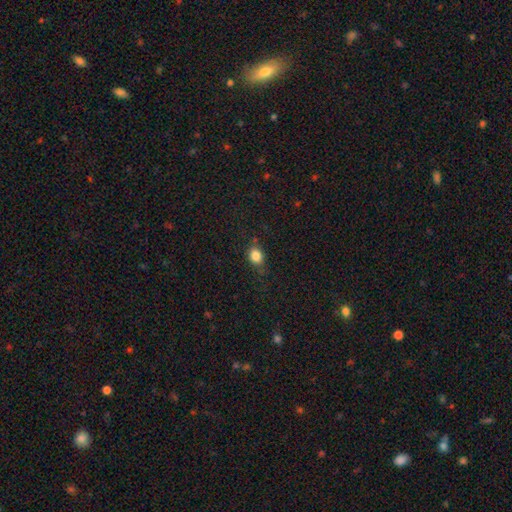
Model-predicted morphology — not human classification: Smooth or featured?
  - smooth: 83% *
  - star or artifact: 11%
  - featured or disk: 6%
How rounded?
  - in between: 52% *
  - round: 47%
  - cigar-shaped: 1%
Merging?
  - none: 74% *
  - minor disturbance: 18%
  - major disturbance: 5%
  - merger: 2%